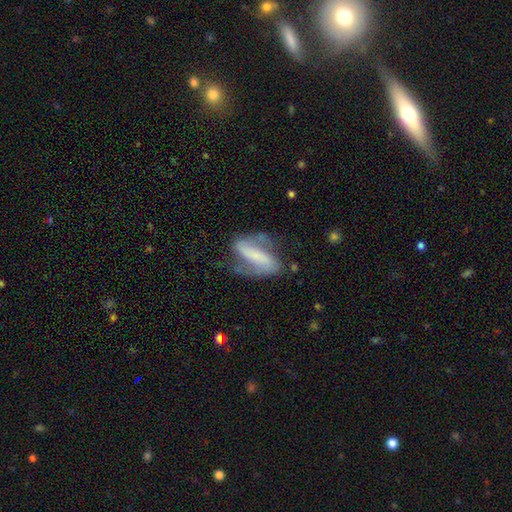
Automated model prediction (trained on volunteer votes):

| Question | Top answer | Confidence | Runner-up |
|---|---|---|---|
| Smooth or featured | featured or disk | 73% | smooth (20%) |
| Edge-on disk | no | 92% | yes (8%) |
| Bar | strong | 56% | weak (24%) |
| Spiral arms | yes | 89% | no (11%) |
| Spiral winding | loose | 47% | medium (37%) |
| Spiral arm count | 2 | 87% | can't tell (5%) |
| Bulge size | small | 40% | none (31%) |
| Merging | none | 56% | minor disturbance (23%) |